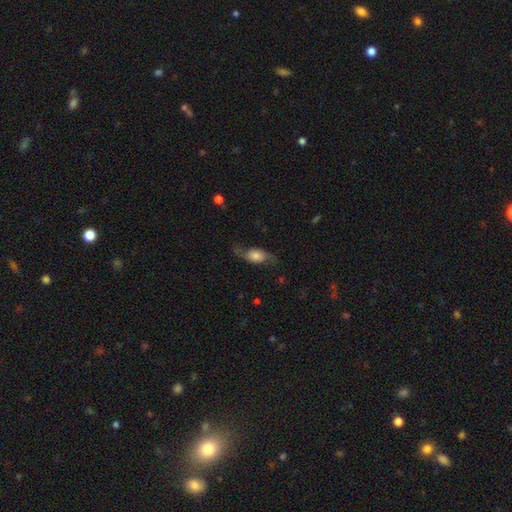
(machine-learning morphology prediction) type=featured or disk (49%); merging=none (62%).